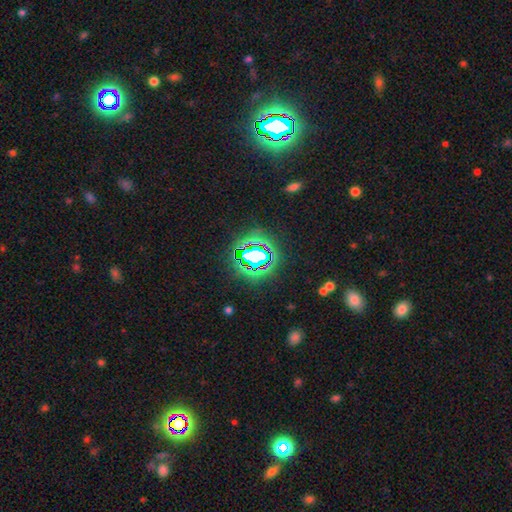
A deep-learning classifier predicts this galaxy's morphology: A star or artifact, not a galaxy (80%).